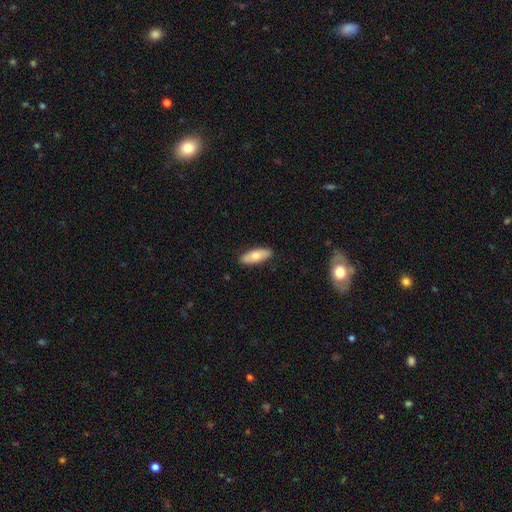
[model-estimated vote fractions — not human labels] Smooth or featured? smooth (70%)
How rounded? in between (70%)
Merging? none (88%)